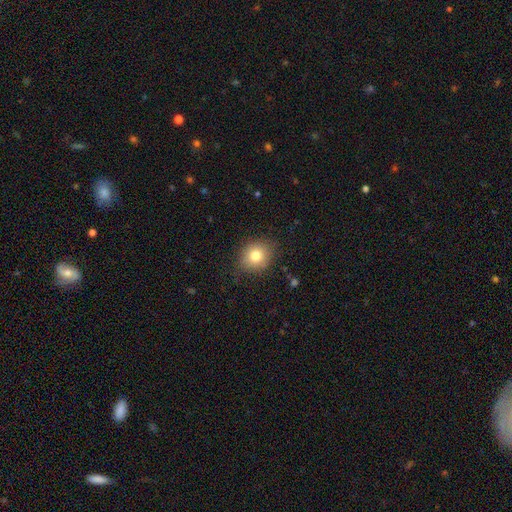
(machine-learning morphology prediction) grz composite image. It shows a smooth galaxy with no disk features (78%) that is round (71%). Merging: none (84%).